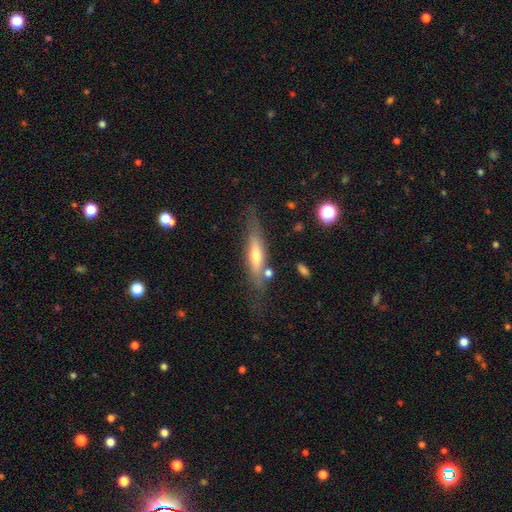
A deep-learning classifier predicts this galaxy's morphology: Overall: featured or disk (54%; smooth 39%). Edge-on disk: yes (83%). Merging: none (70%).